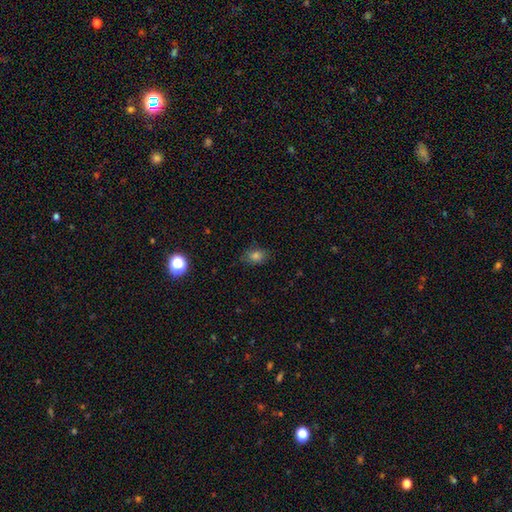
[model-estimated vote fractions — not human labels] smooth 75%, star or artifact 17%, featured or disk 8%. Down the decision tree: how rounded — in between (60%); merging — none (79%).